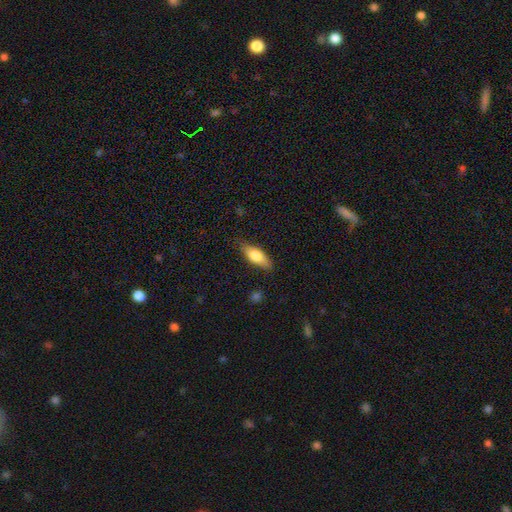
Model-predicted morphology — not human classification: This is likely a smooth galaxy (69%). How rounded: likely in between (69%). Merging: clearly none (80%).